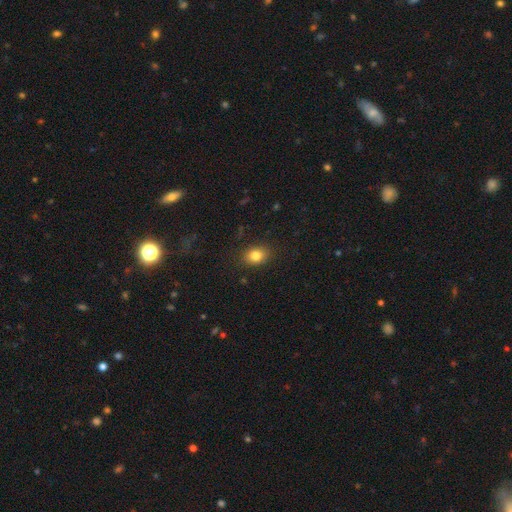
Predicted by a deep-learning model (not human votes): A smooth galaxy with no disk features (82%) that is in between round and cigar-shaped (60%). Merging: none (85%).